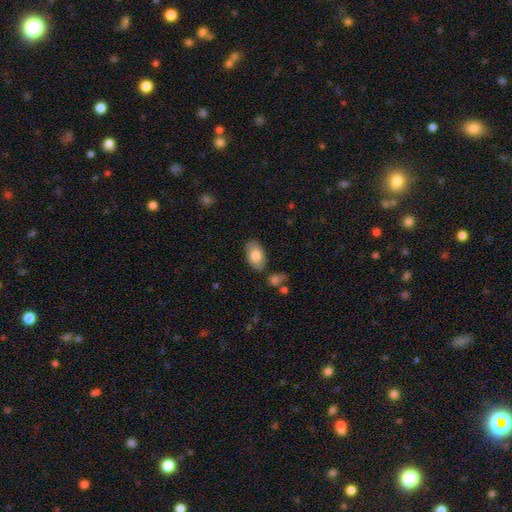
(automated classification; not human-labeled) The model was most divided on "smooth or featured": smooth: 74%, featured or disk: 20%, star or artifact: 6%. More confident: how rounded — in between (93%); merging — none (80%).